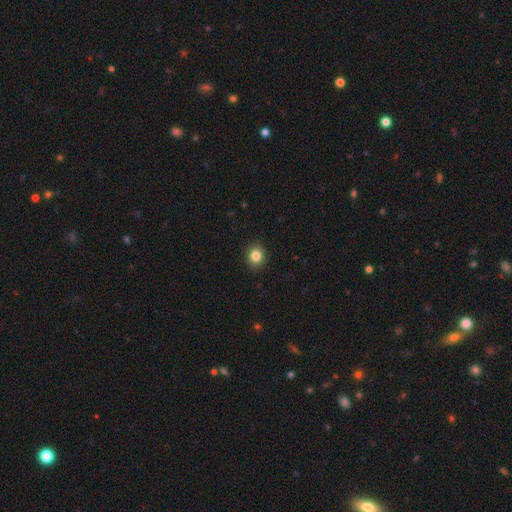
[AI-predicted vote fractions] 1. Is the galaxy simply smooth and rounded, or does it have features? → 84% smooth, 10% star or artifact, 5% featured or disk.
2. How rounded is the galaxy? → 71% round, 28% in between, 1% cigar-shaped.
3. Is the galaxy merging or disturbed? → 91% none, 6% minor disturbance, 2% major disturbance, 1% merger.